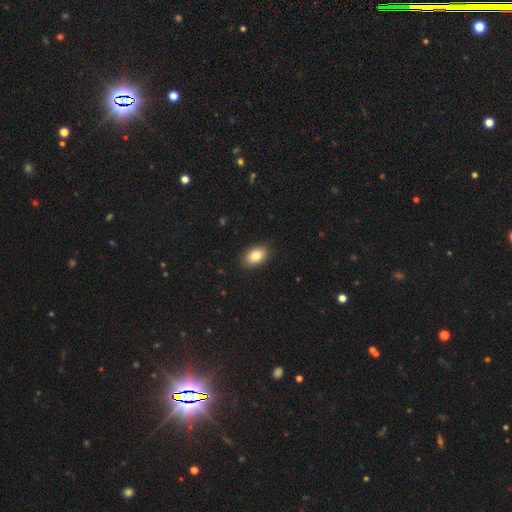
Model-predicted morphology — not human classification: The model was most divided on "smooth or featured": smooth: 83%, featured or disk: 9%, star or artifact: 8%. More confident: merging — none (89%); how rounded — in between (89%).